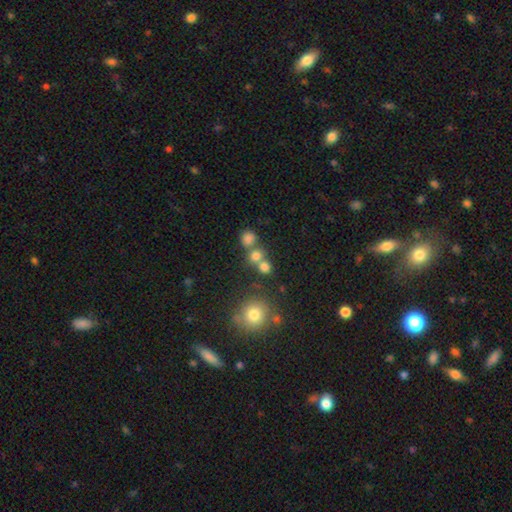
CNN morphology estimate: A smooth galaxy with no disk features (73%) that is round (83%). Merging: none (51%).